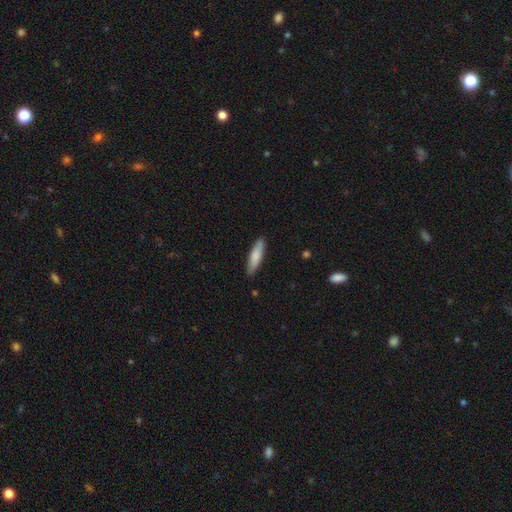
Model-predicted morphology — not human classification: Smooth or featured? Predicted: smooth (p=0.77). How rounded? Predicted: cigar-shaped (p=0.76). Merging? Predicted: none (p=0.86).